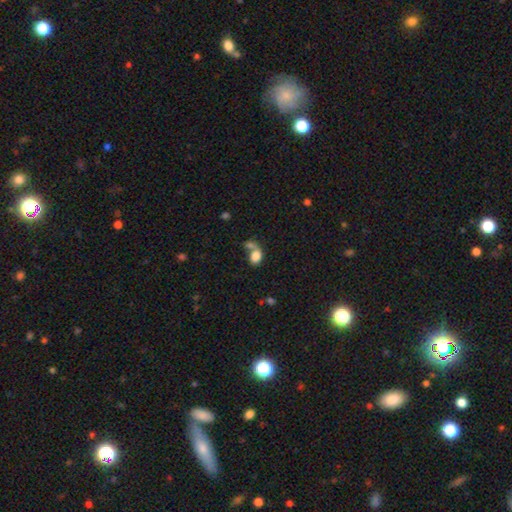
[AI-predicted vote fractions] Overall: smooth (81%). How rounded: in between (75%). Merging: merger (53%; none 30%).